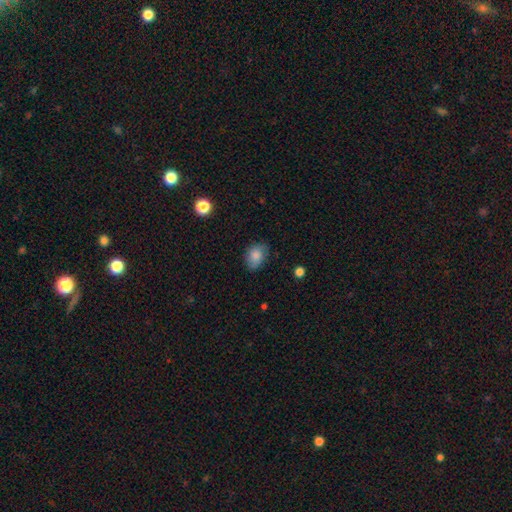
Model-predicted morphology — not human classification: This appears to be a smooth galaxy with no disk features (84%) that is in between round and cigar-shaped (71%). Merging: none (71%).